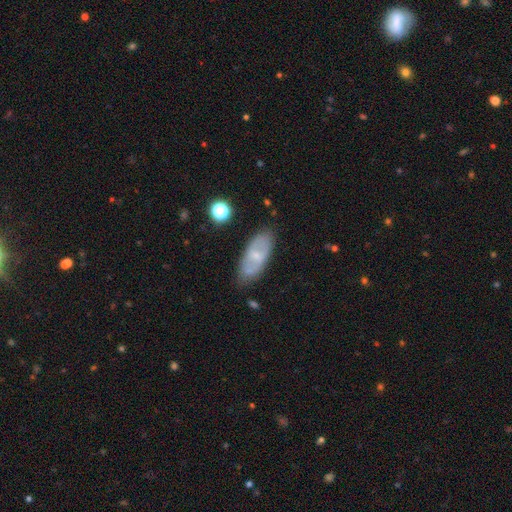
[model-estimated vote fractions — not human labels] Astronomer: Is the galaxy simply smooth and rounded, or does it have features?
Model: featured or disk — 49% (runner-up: smooth, 43%).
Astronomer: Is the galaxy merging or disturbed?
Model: none — 79%.